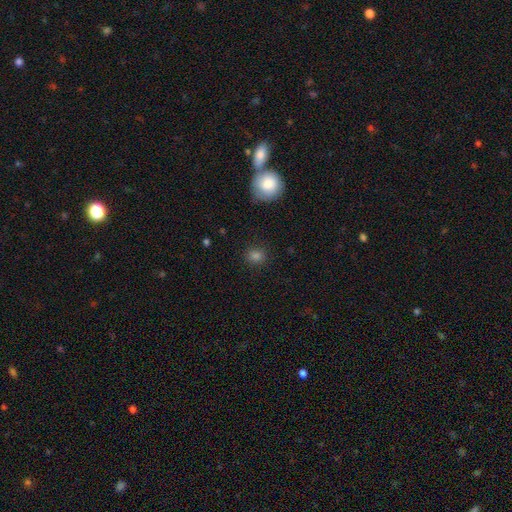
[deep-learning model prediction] smooth-or-featured: smooth: 81% | star or artifact: 14% | featured or disk: 5%
  how-rounded: round: 78% | in between: 21% | cigar-shaped: 1%
  merging: none: 86% | minor disturbance: 9% | major disturbance: 3% | merger: 2%